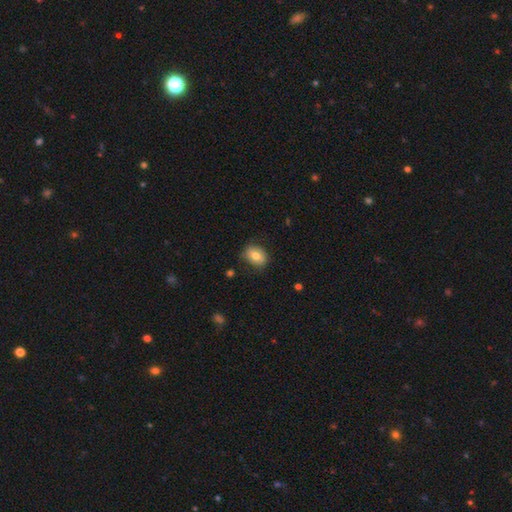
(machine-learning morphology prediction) Smooth or featured?
  - smooth: 75% *
  - featured or disk: 17%
  - star or artifact: 8%
How rounded?
  - in between: 58% *
  - round: 41%
  - cigar-shaped: 1%
Merging?
  - none: 79% *
  - minor disturbance: 16%
  - major disturbance: 4%
  - merger: 1%